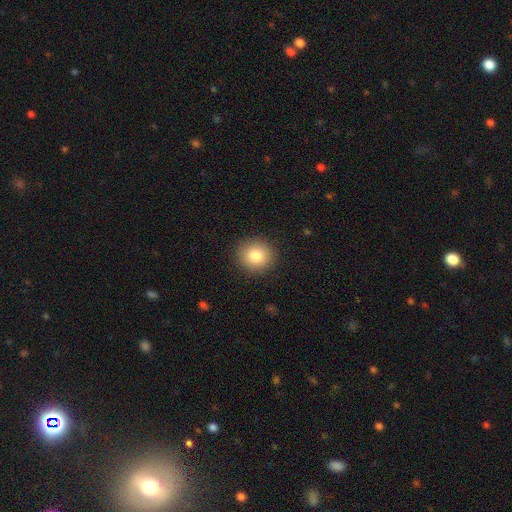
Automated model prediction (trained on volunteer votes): Smooth or featured? Predicted: smooth (p=0.83). How rounded? Predicted: round (p=0.90). Merging? Predicted: none (p=0.91).